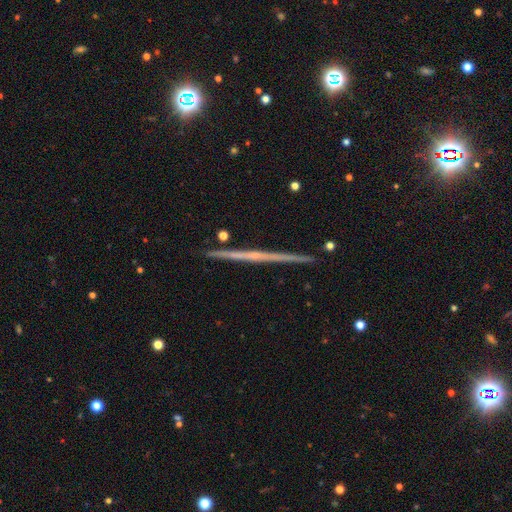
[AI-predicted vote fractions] Smooth or featured: featured or disk — 74% (smooth — 19%)
Edge-on disk: yes — 98% (no — 2%)
Edge-on bulge: none — 72% (rounded — 22%)
Merging: none — 91% (minor disturbance — 6%)